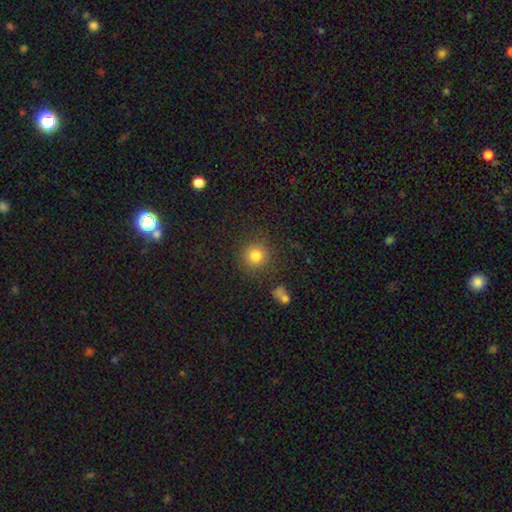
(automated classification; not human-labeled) Overall: smooth (81%). How rounded: round (92%). Merging: none (86%).